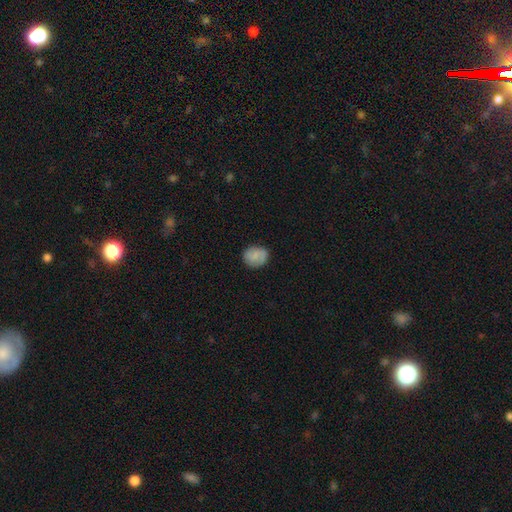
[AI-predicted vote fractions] Morphology: type=smooth (80%); roundness=round (66%); merging=none (82%).